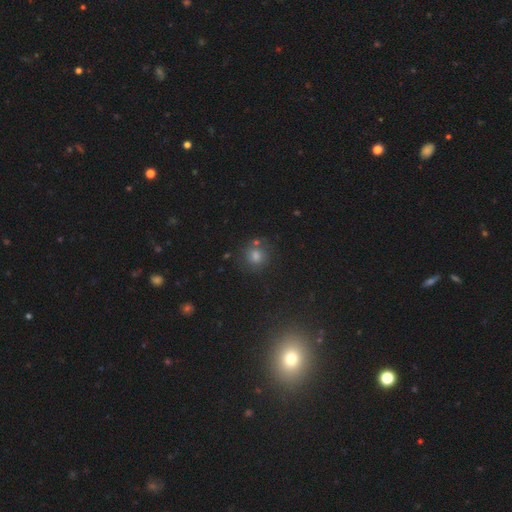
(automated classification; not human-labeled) smooth 58%, star or artifact 27%, featured or disk 15%. Down the decision tree: how rounded — round (88%); merging — none (75%).